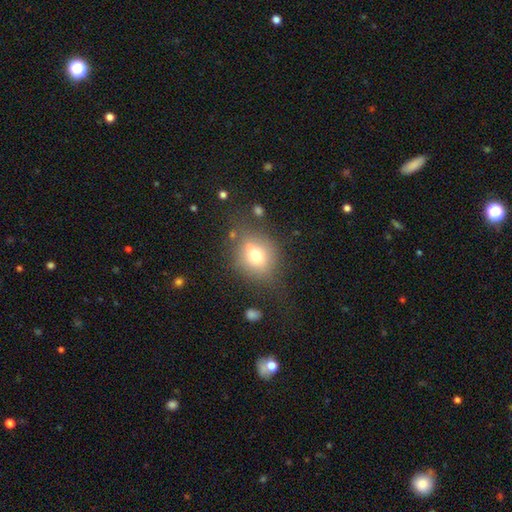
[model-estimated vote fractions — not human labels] smooth-or-featured: smooth: 68% | featured or disk: 19% | star or artifact: 14%
  how-rounded: round: 69% | in between: 29% | cigar-shaped: 1%
  merging: none: 64% | minor disturbance: 18% | merger: 9% | major disturbance: 9%